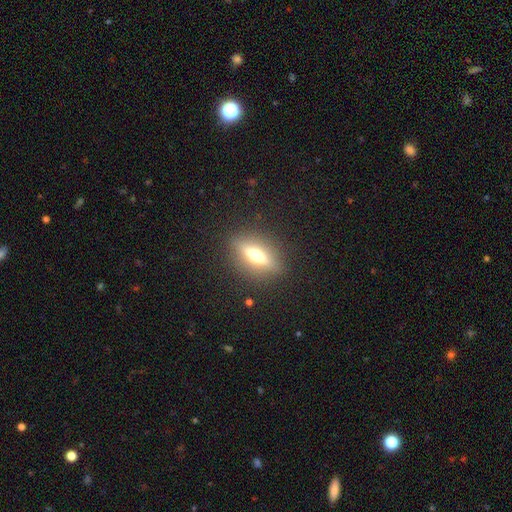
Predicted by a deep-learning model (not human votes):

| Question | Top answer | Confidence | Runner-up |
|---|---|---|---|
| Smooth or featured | featured or disk | 56% | smooth (34%) |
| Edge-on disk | yes | 84% | no (16%) |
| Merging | none | 86% | minor disturbance (9%) |